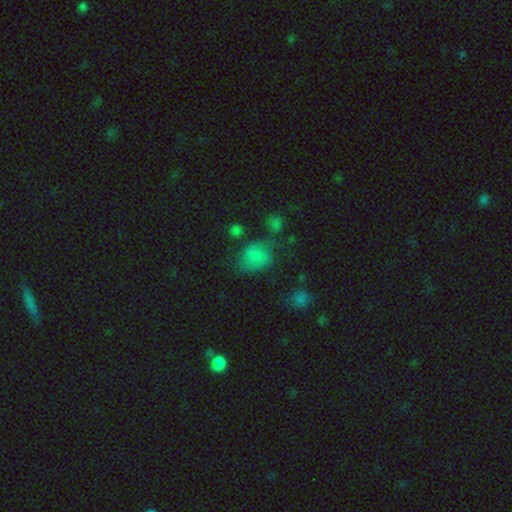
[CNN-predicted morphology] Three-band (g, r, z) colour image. It shows a smooth galaxy with no disk features (72%) that is in between round and cigar-shaped (55%). Merging: none (51%).